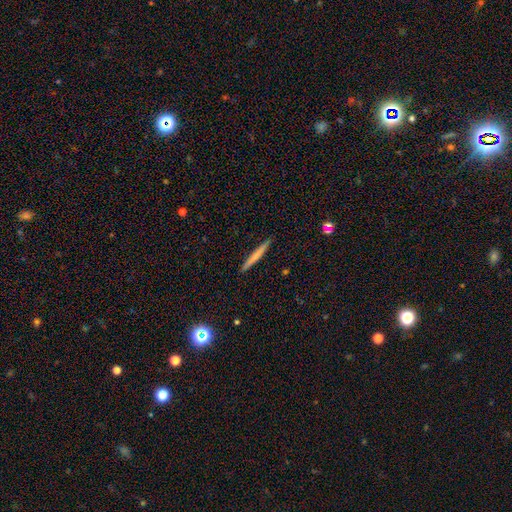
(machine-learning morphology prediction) Smooth or featured: smooth — 60% (featured or disk — 34%)
How rounded: cigar-shaped — 97% (in between — 2%)
Merging: none — 92% (minor disturbance — 5%)